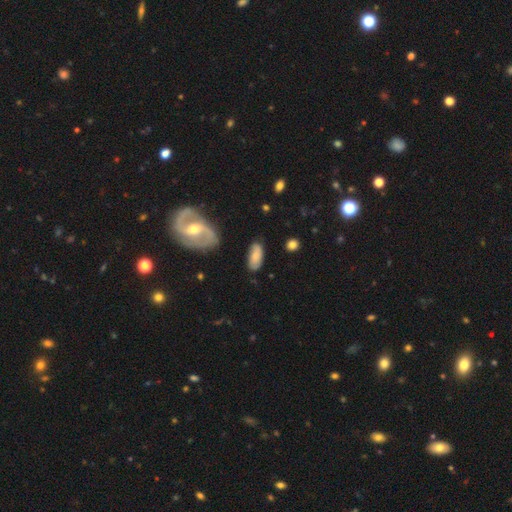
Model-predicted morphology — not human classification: smooth_or_featured: smooth (p=0.63) [alt: featured or disk p=0.29]
how_rounded: in between (p=0.88) [alt: cigar-shaped p=0.09]
merging: none (p=0.75) [alt: minor disturbance p=0.17]